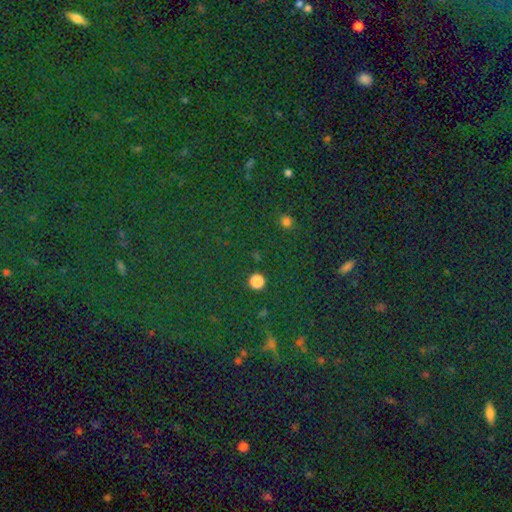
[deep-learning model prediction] Smooth or featured: star or artifact — 81% (smooth — 12%)